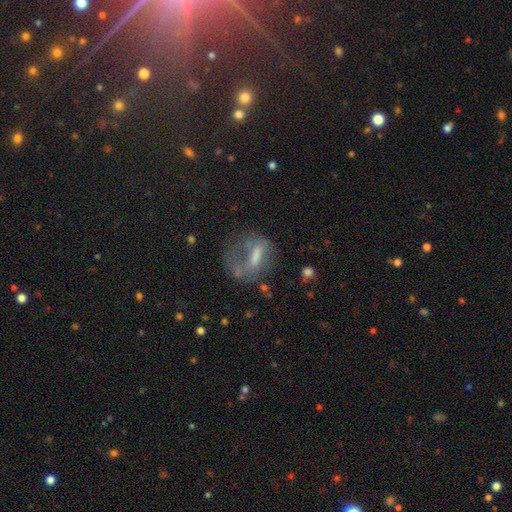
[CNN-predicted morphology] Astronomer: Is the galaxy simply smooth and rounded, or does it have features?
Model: featured or disk — 47% (runner-up: smooth, 35%).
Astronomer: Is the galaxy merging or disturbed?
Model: none — 40% (runner-up: major disturbance, 35%).